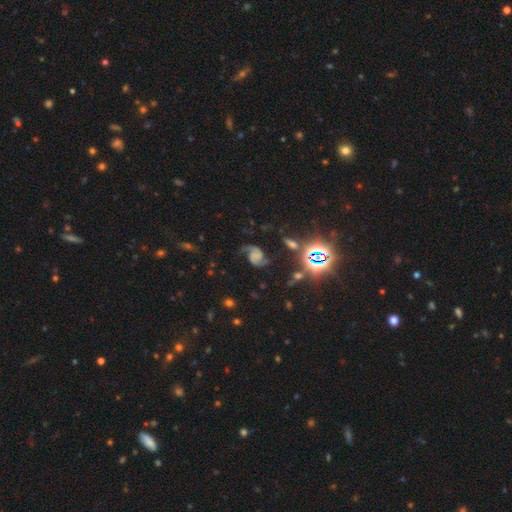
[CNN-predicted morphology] type=featured or disk (75%); edge-on=no (97%); bar=no (58%); spiral arms=yes (95%); winding=loose (47%); arm count=2 (89%); bulge=none (61%); merging=none (59%).